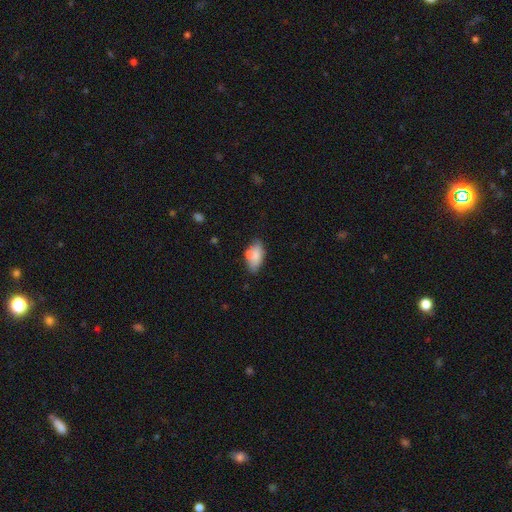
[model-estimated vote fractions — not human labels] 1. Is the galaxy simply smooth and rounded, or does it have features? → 74% smooth, 18% featured or disk, 8% star or artifact.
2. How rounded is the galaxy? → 89% in between, 7% cigar-shaped, 4% round.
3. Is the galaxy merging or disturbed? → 58% none, 22% minor disturbance, 14% merger, 6% major disturbance.